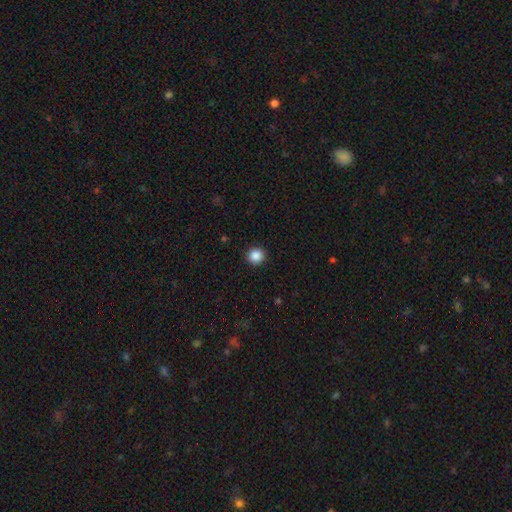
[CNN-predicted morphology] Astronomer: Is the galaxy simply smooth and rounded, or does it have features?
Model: smooth — 87%.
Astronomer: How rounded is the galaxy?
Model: round — 94%.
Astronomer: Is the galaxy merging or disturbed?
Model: none — 93%.